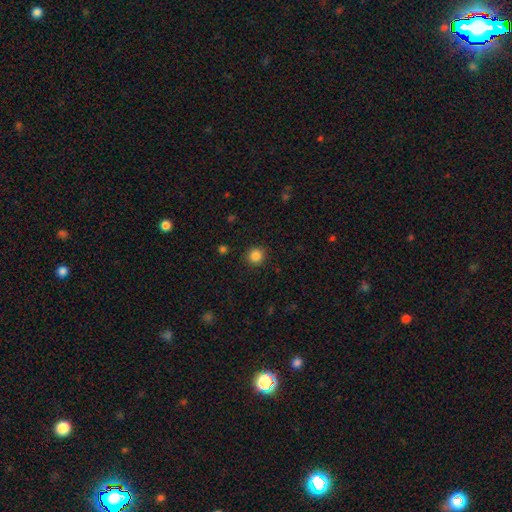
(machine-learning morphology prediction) This appears to be a smooth galaxy with no disk features (85%) that is round (93%). Merging: none (91%).